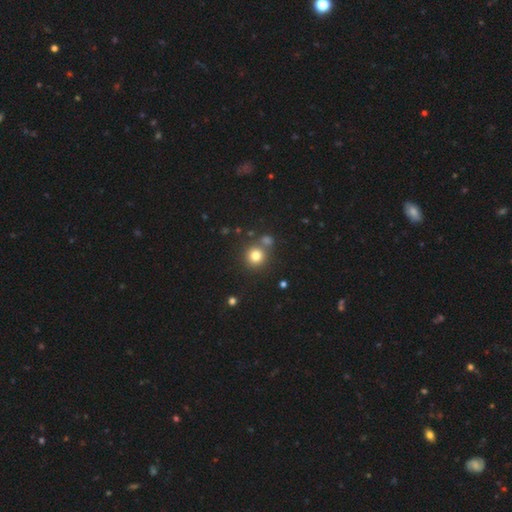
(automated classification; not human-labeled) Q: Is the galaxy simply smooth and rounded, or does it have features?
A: smooth — 78%.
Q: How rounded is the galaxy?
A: round — 92%.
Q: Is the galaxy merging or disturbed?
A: none — 73%.